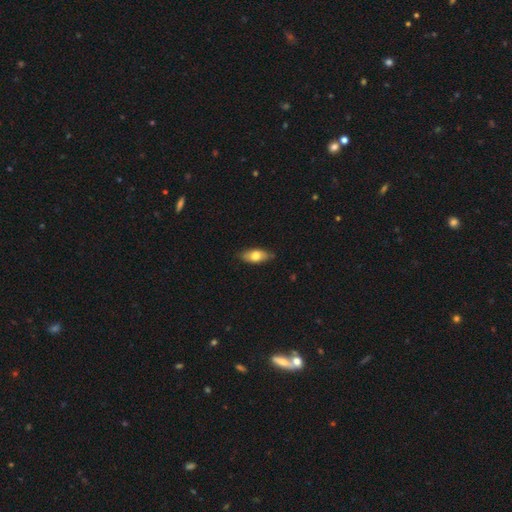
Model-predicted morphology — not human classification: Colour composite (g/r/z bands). It shows a smooth galaxy with no disk features (71%) that is in between round and cigar-shaped (86%). Merging: none (81%).